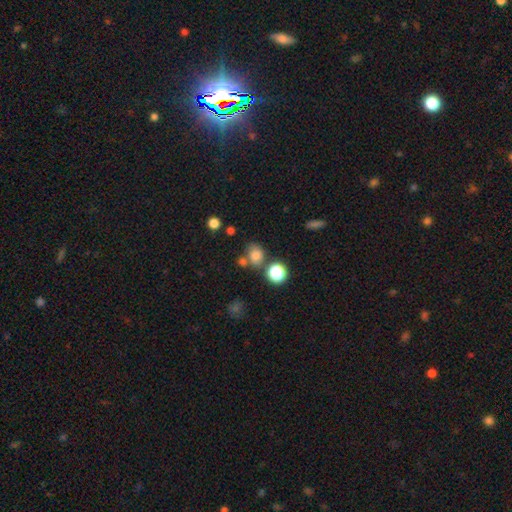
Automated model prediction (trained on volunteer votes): smooth-or-featured: smooth: 77% | star or artifact: 16% | featured or disk: 7%
  how-rounded: round: 63% | in between: 36% | cigar-shaped: 1%
  merging: none: 61% | merger: 19% | minor disturbance: 14% | major disturbance: 6%